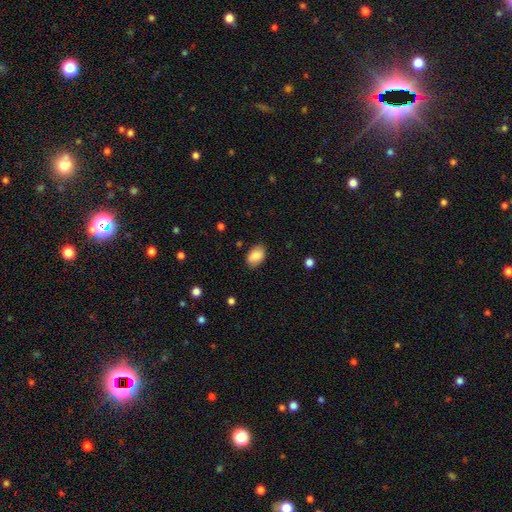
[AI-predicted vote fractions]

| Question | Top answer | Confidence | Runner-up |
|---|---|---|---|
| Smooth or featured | smooth | 86% | star or artifact (7%) |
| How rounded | in between | 85% | round (14%) |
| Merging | none | 83% | minor disturbance (13%) |